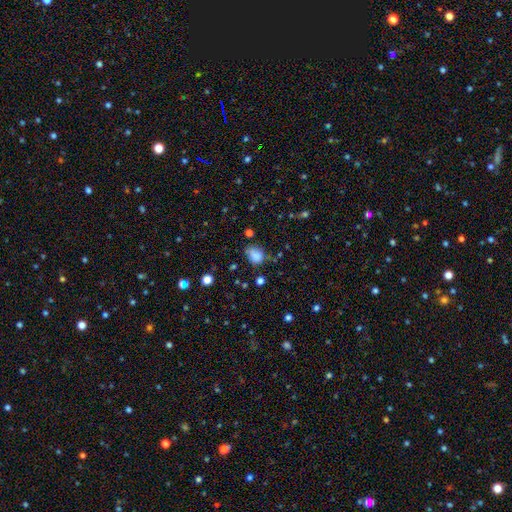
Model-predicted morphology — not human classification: Smooth or featured? Predicted: smooth (p=0.81). How rounded? Predicted: in between (p=0.60). Merging? Predicted: none (p=0.54).